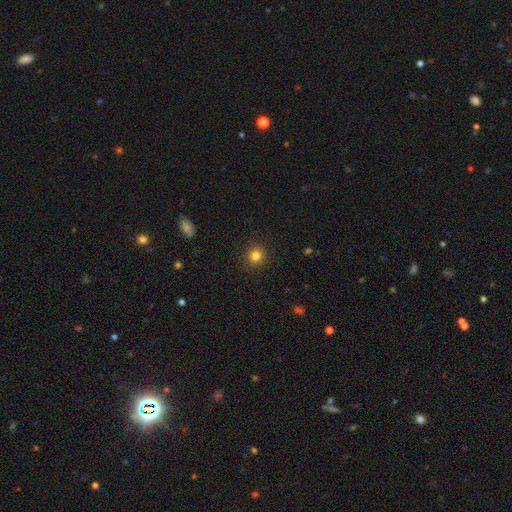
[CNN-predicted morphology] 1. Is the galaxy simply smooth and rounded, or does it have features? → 83% smooth, 13% star or artifact, 5% featured or disk.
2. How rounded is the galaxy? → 91% round, 8% in between, 1% cigar-shaped.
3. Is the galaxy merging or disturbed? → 91% none, 6% minor disturbance, 2% major disturbance, 1% merger.